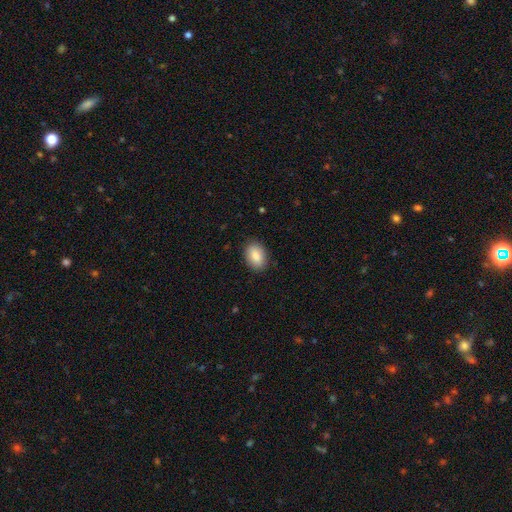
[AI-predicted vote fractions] smooth-or-featured: smooth: 86% | featured or disk: 7% | star or artifact: 7%
  how-rounded: in between: 87% | round: 12% | cigar-shaped: 1%
  merging: none: 88% | minor disturbance: 9% | major disturbance: 2% | merger: 1%